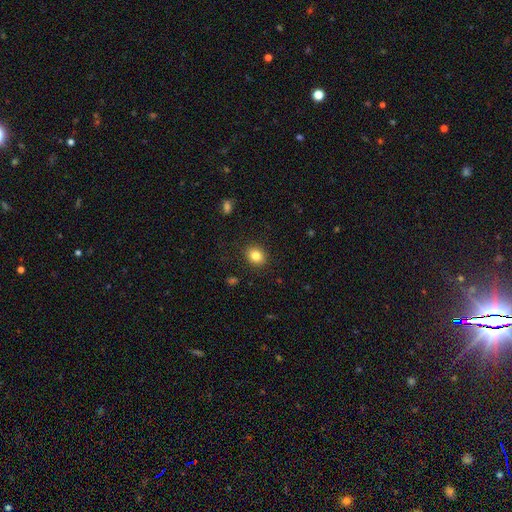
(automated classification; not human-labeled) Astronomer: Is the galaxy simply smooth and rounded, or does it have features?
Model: smooth — 83%.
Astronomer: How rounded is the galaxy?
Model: round — 62%.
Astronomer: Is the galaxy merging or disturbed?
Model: none — 89%.